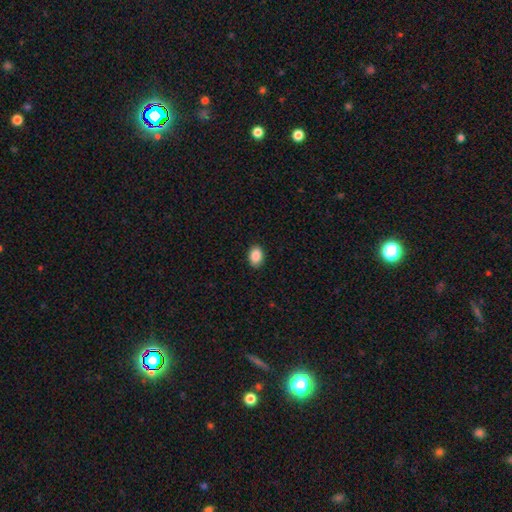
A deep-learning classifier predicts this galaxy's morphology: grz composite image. It shows a smooth galaxy with no disk features (89%) that is in between round and cigar-shaped (78%). Merging: none (90%).